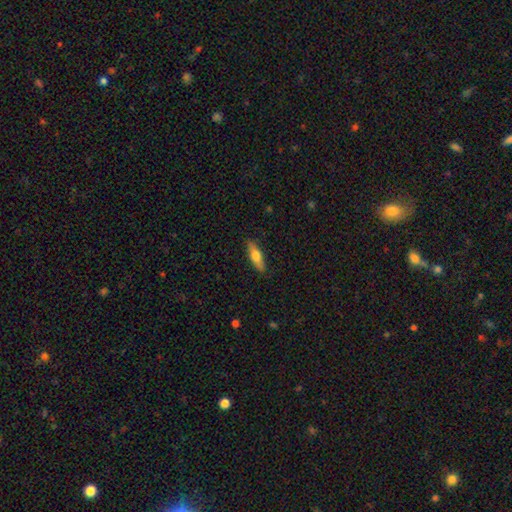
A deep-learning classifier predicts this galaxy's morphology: Smooth or featured? smooth (57%)
How rounded? cigar-shaped (57%)
Merging? none (88%)